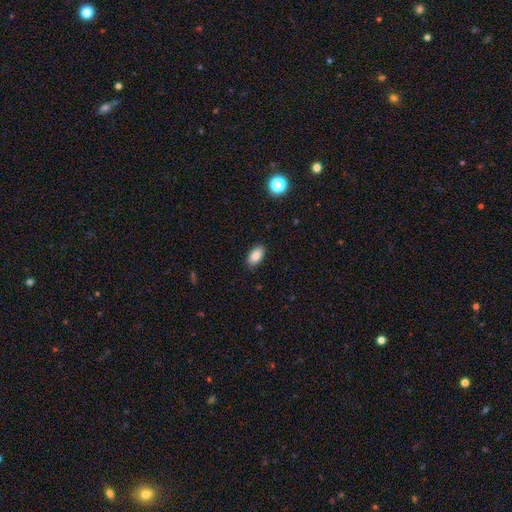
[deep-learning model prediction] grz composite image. It shows a smooth galaxy with no disk features (88%) that is in between round and cigar-shaped (93%). Merging: none (87%).